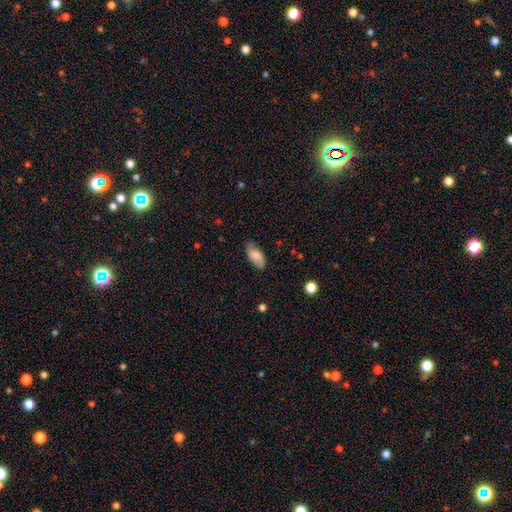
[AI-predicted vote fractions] This is likely a smooth galaxy (77%). How rounded: clearly in between (91%). Merging: likely none (70%).